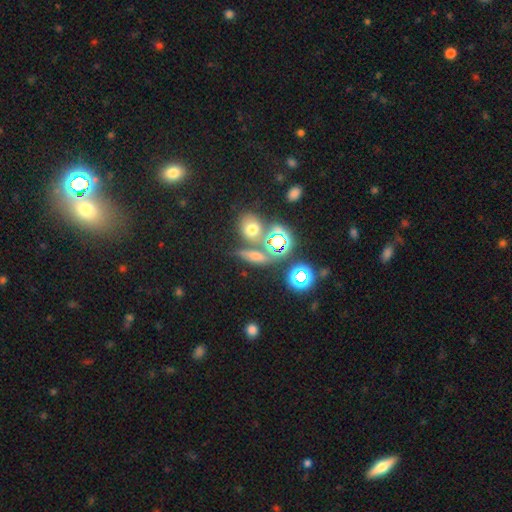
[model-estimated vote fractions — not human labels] Overall: star or artifact (40%; smooth 39%).